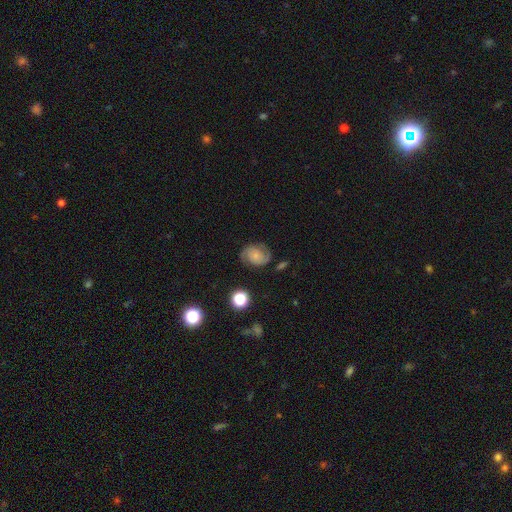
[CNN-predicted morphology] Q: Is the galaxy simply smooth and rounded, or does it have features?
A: featured or disk — 73%.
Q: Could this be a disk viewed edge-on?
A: no — 98%.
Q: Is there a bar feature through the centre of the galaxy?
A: no — 71%.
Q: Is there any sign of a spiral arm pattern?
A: yes — 95%.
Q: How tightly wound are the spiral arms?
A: medium — 45%.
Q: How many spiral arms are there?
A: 2 — 88%.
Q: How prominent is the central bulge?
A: small — 62%.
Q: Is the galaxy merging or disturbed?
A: none — 76%.